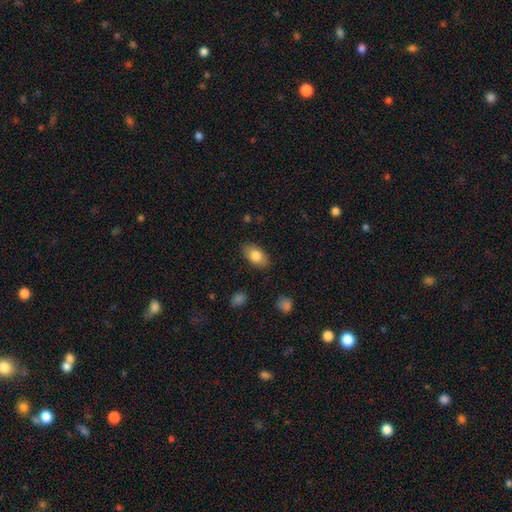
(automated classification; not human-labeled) A smooth galaxy with no disk features (80%) that is in between round and cigar-shaped (91%).

Vote fractions:
- Smooth or featured? smooth: 80% / featured or disk: 13% / star or artifact: 7%
- How rounded? in between: 91% / round: 6% / cigar-shaped: 3%
- Merging? none: 86% / minor disturbance: 11% / major disturbance: 2% / merger: 1%